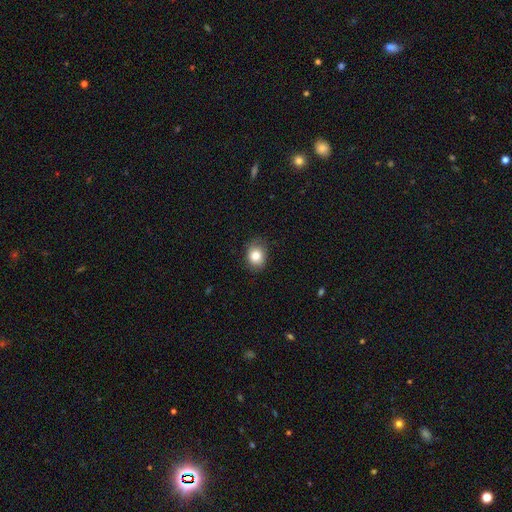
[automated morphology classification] Overall: smooth (83%). How rounded: in between (52%; round 47%). Merging: none (80%).